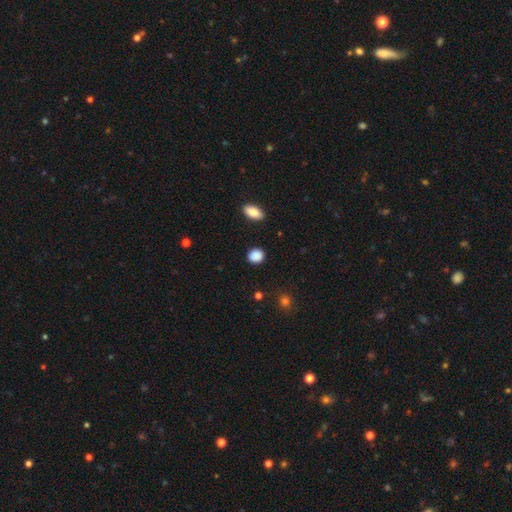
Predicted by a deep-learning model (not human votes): Smooth or featured?
  - smooth: 88% *
  - star or artifact: 9%
  - featured or disk: 3%
How rounded?
  - round: 74% *
  - in between: 25%
  - cigar-shaped: 1%
Merging?
  - none: 87% *
  - minor disturbance: 9%
  - major disturbance: 3%
  - merger: 2%